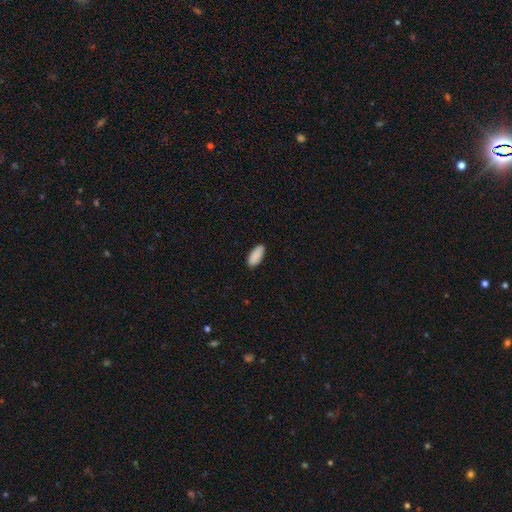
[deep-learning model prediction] Smooth or featured?
  - smooth: 91% *
  - star or artifact: 6%
  - featured or disk: 3%
How rounded?
  - in between: 88% *
  - cigar-shaped: 10%
  - round: 2%
Merging?
  - none: 88% *
  - minor disturbance: 9%
  - major disturbance: 2%
  - merger: 1%